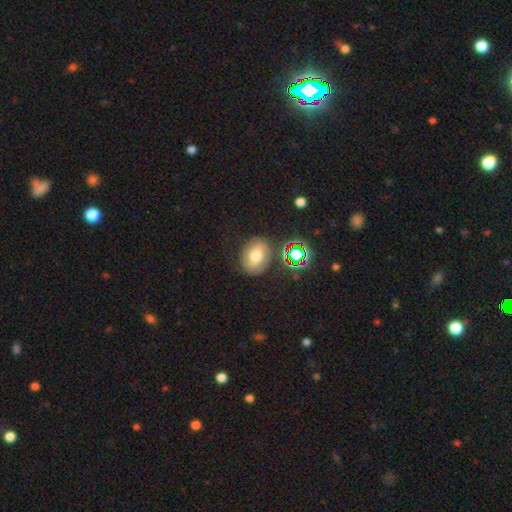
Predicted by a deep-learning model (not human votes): Smooth or featured: smooth — 53% (featured or disk — 29%)
How rounded: in between — 57% (round — 42%)
Merging: none — 75% (minor disturbance — 15%)